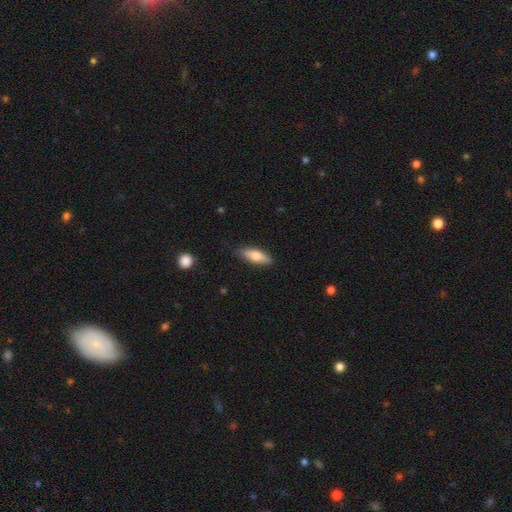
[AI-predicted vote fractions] This is likely a smooth galaxy (72%). How rounded: likely in between (62%). Merging: clearly none (85%).